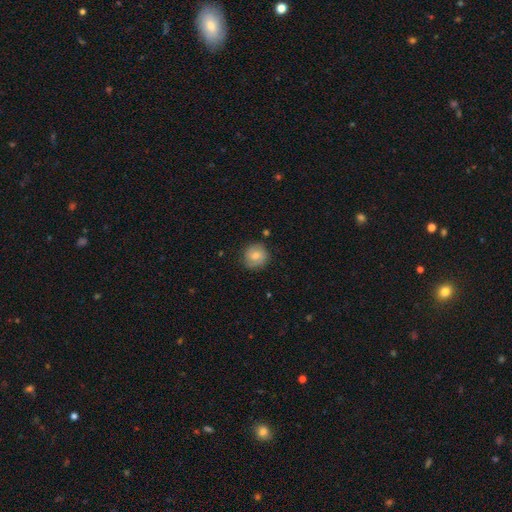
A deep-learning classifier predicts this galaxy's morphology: Smooth or featured: smooth — 71% (featured or disk — 21%)
How rounded: round — 91% (in between — 8%)
Merging: none — 82% (minor disturbance — 13%)